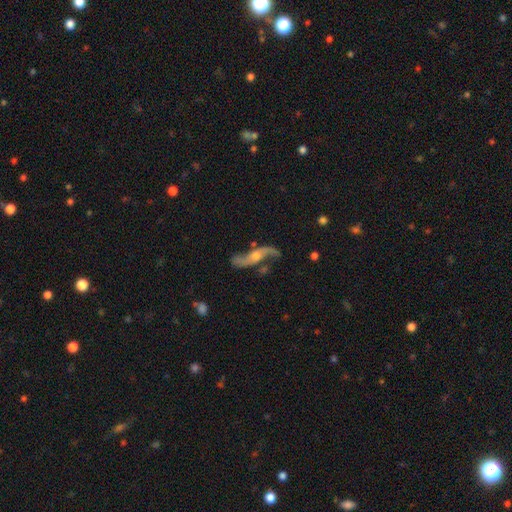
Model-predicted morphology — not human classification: Smooth or featured? Predicted: featured or disk (p=0.85). Edge-on disk? Predicted: no (p=0.83). Bar? Predicted: no (p=0.59). Spiral arms? Predicted: yes (p=0.93). Spiral winding? Predicted: loose (p=0.86). Spiral arm count? Predicted: 2 (p=0.92). Bulge size? Predicted: moderate (p=0.50). Merging? Predicted: none (p=0.66).